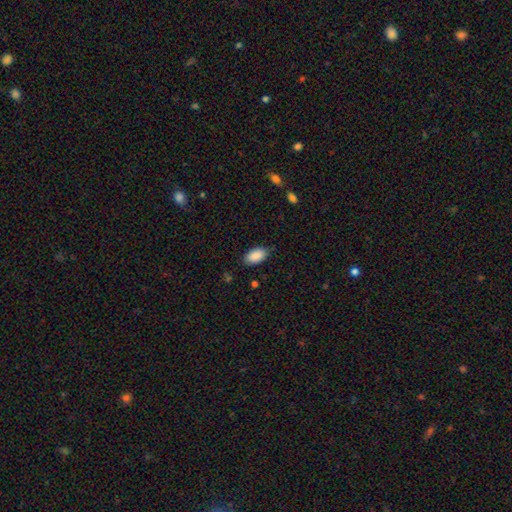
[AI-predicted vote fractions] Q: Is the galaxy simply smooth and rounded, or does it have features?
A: smooth — 90%.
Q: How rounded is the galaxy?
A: in between — 94%.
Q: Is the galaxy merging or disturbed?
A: none — 83%.